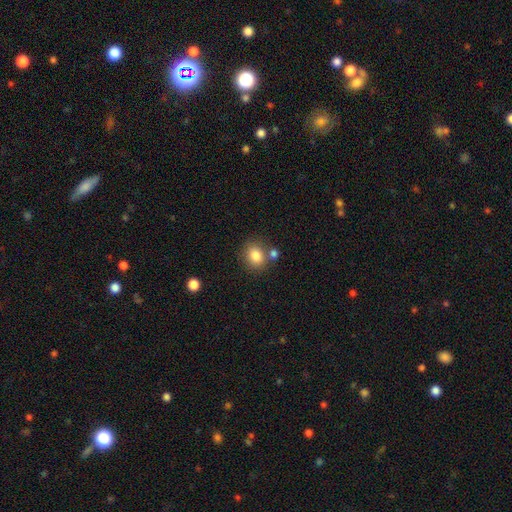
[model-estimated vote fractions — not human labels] A smooth galaxy with no disk features (83%) that is round (64%).

Vote fractions:
- Smooth or featured? smooth: 83% / star or artifact: 10% / featured or disk: 7%
- How rounded? round: 64% / in between: 35% / cigar-shaped: 1%
- Merging? none: 68% / merger: 17% / minor disturbance: 12% / major disturbance: 4%